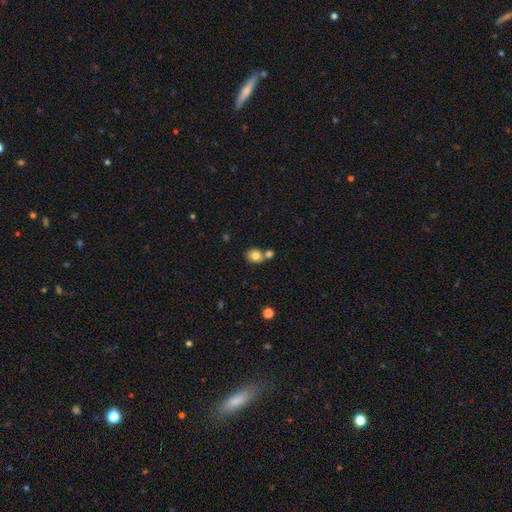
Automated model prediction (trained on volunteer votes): Smooth or featured: smooth — 80% (star or artifact — 10%)
How rounded: round — 73% (in between — 26%)
Merging: none — 52% (merger — 35%)